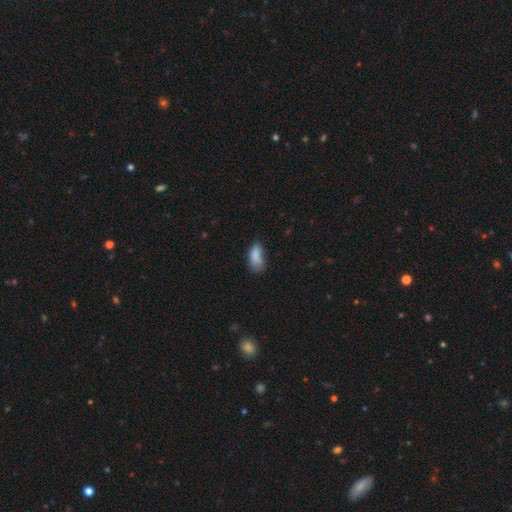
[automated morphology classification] smooth-or-featured: smooth: 82% | star or artifact: 9% | featured or disk: 8%
  how-rounded: in between: 87% | cigar-shaped: 9% | round: 4%
  merging: none: 44% | minor disturbance: 36% | major disturbance: 16% | merger: 4%